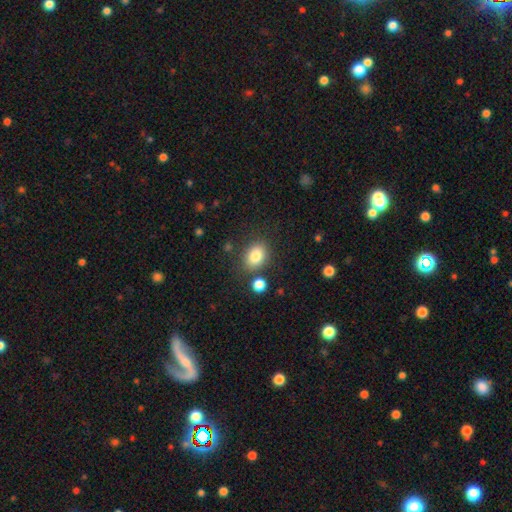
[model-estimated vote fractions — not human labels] Q: Smooth or featured?
A: smooth (83%); runner-up: star or artifact (10%)
Q: How rounded?
A: in between (62%); runner-up: round (37%)
Q: Merging?
A: none (77%); runner-up: minor disturbance (12%)